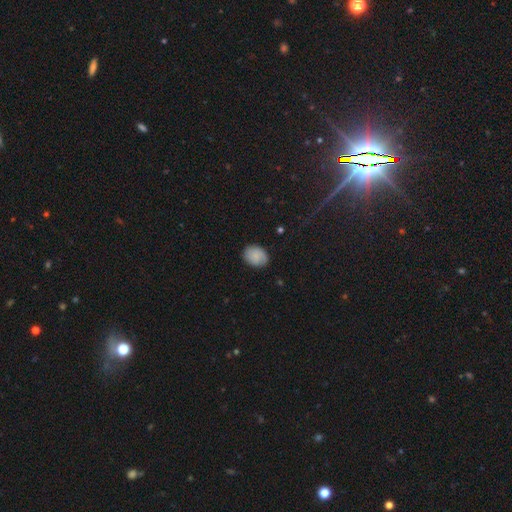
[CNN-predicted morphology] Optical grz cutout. It shows a smooth galaxy with no disk features (76%) that is in between round and cigar-shaped (56%). Merging: none (80%).